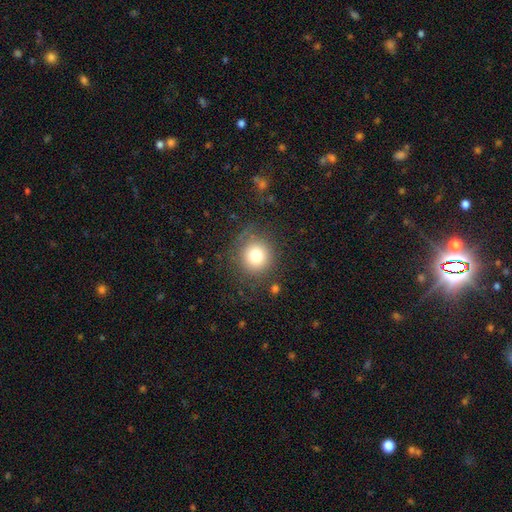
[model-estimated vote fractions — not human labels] The model was most divided on "smooth or featured": smooth: 77%, star or artifact: 13%, featured or disk: 10%. More confident: how rounded — round (91%); merging — none (82%).